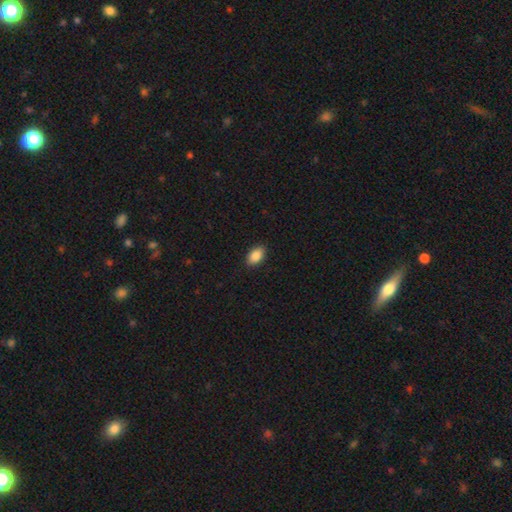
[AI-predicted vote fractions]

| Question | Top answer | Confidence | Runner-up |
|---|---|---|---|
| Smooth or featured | smooth | 88% | star or artifact (7%) |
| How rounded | in between | 91% | round (8%) |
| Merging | none | 89% | minor disturbance (8%) |